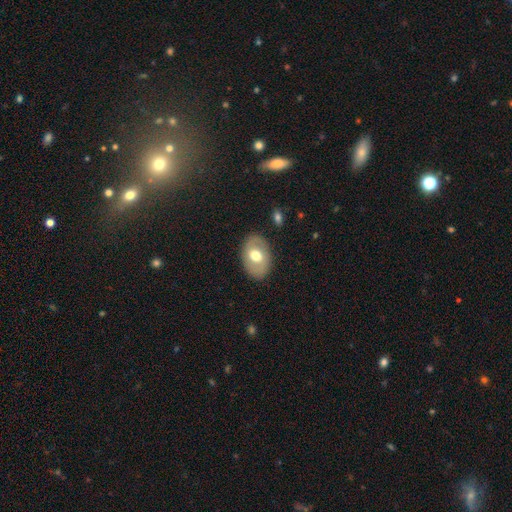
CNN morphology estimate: smooth_or_featured: smooth (p=0.55) [alt: featured or disk p=0.38]
how_rounded: in between (p=0.80) [alt: round p=0.19]
merging: none (p=0.85) [alt: minor disturbance p=0.11]